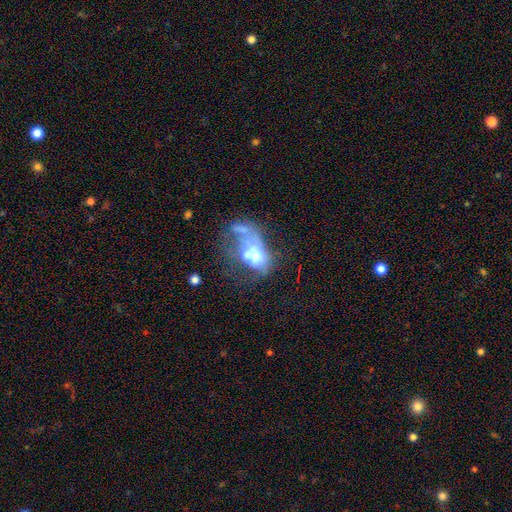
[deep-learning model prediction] Smooth or featured: featured or disk — 46% (smooth — 41%)
Merging: major disturbance — 45% (merger — 31%)